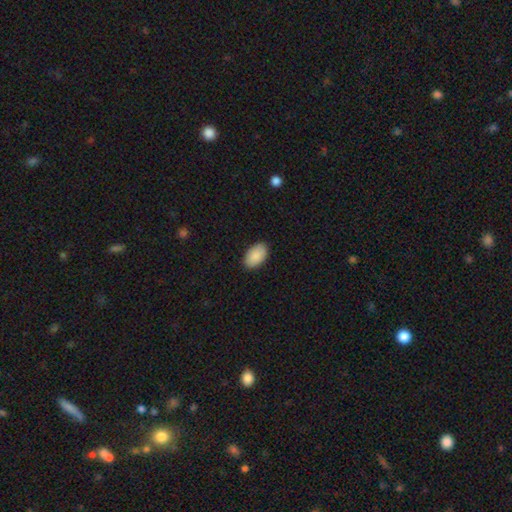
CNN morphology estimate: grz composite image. It shows a smooth galaxy with no disk features (90%) that is in between round and cigar-shaped (95%). Merging: none (89%).